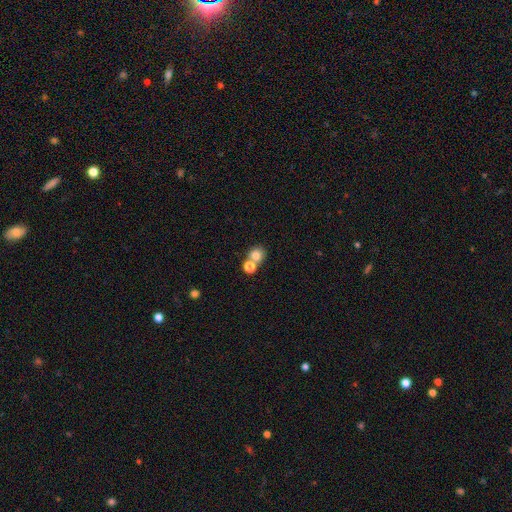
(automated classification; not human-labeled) smooth-or-featured: smooth: 77% | star or artifact: 12% | featured or disk: 10%
  how-rounded: round: 78% | in between: 21% | cigar-shaped: 1%
  merging: none: 46% | merger: 43% | minor disturbance: 7% | major disturbance: 3%